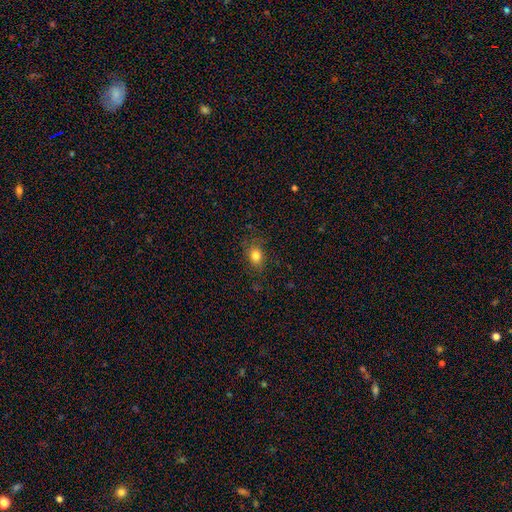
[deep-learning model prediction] Smooth or featured? smooth (80%)
How rounded? in between (57%)
Merging? none (77%)